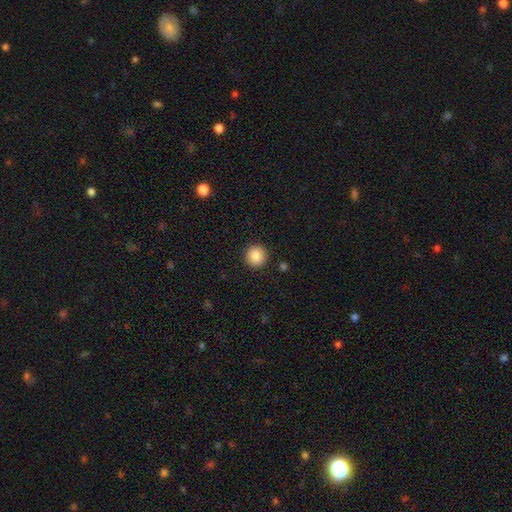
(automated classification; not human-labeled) Overall: smooth (86%). How rounded: round (94%). Merging: none (92%).